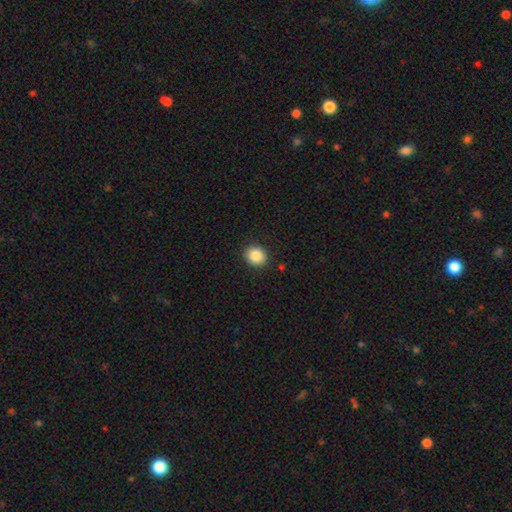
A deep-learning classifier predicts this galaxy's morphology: This appears to be a smooth galaxy with no disk features (86%) that is round (76%). Merging: none (90%).